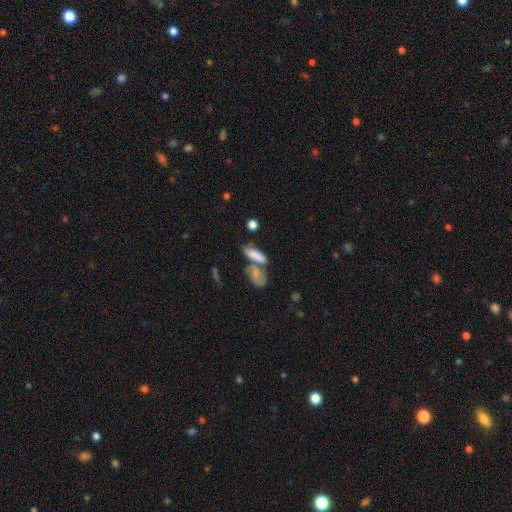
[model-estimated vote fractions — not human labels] Smooth or featured? Predicted: smooth (p=0.71). How rounded? Predicted: in between (p=0.60). Merging? Predicted: merger (p=0.48).